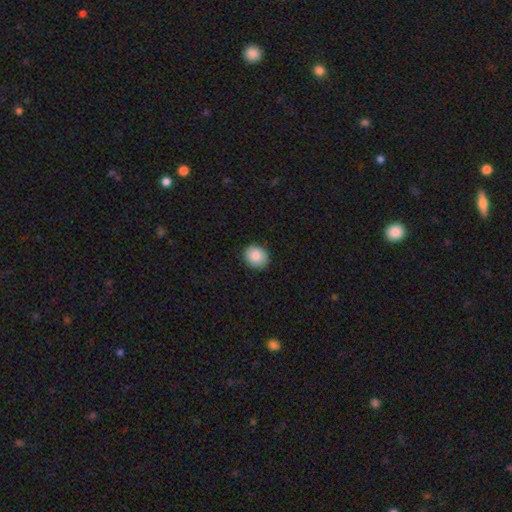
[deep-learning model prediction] Smooth or featured?
  - smooth: 88% *
  - star or artifact: 8%
  - featured or disk: 5%
How rounded?
  - round: 69% *
  - in between: 30%
  - cigar-shaped: 1%
Merging?
  - none: 89% *
  - minor disturbance: 8%
  - major disturbance: 2%
  - merger: 1%